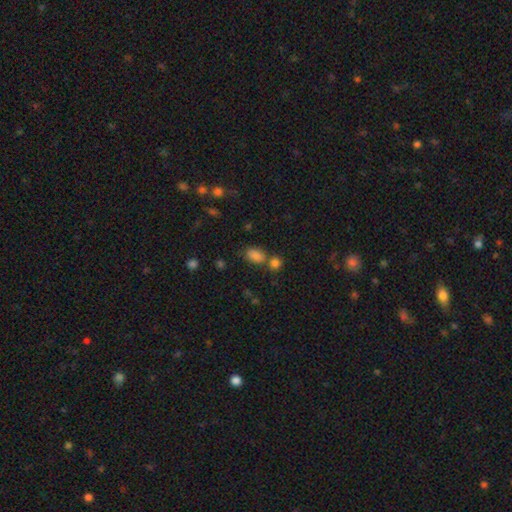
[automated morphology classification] A smooth galaxy with no disk features (81%) that is in between round and cigar-shaped (82%).

Vote fractions:
- Smooth or featured? smooth: 81% / star or artifact: 13% / featured or disk: 6%
- How rounded? in between: 82% / round: 17% / cigar-shaped: 2%
- Merging? none: 57% / merger: 26% / minor disturbance: 13% / major disturbance: 5%